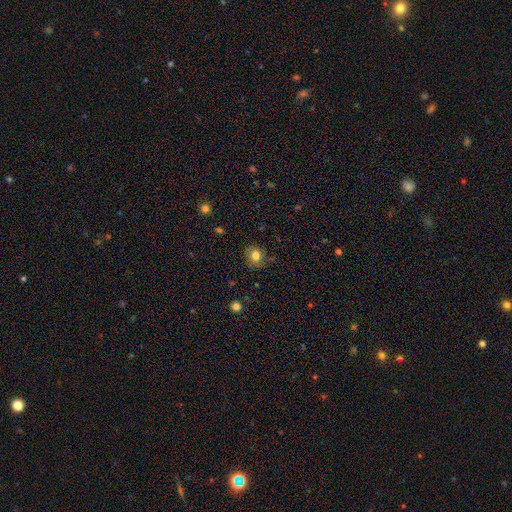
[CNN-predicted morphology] smooth 80%, star or artifact 12%, featured or disk 8%. Down the decision tree: how rounded — round (73%); merging — none (77%).